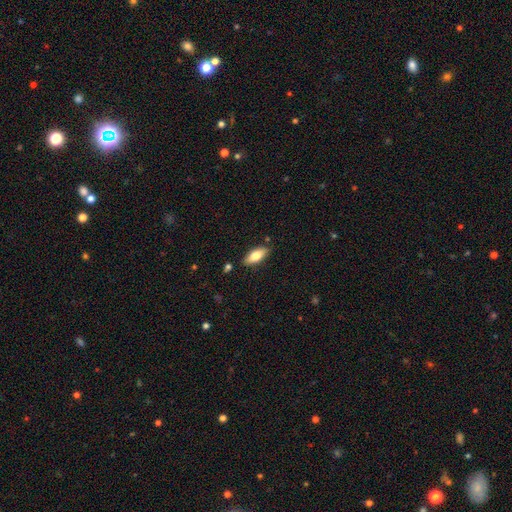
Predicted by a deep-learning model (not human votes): smooth 67%, featured or disk 26%, star or artifact 6%. Down the decision tree: how rounded — in between (77%); merging — none (86%).